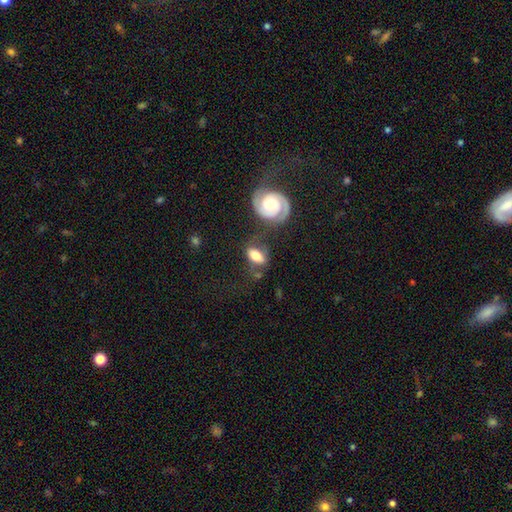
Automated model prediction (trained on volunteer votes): smooth-or-featured: smooth: 55% | featured or disk: 38% | star or artifact: 7%
  how-rounded: in between: 84% | round: 9% | cigar-shaped: 7%
  merging: none: 51% | merger: 19% | minor disturbance: 19% | major disturbance: 11%